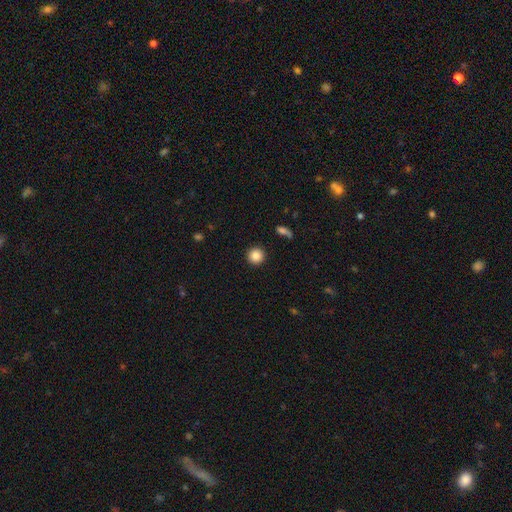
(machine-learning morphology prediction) Overall: smooth (86%). How rounded: round (95%). Merging: none (92%).